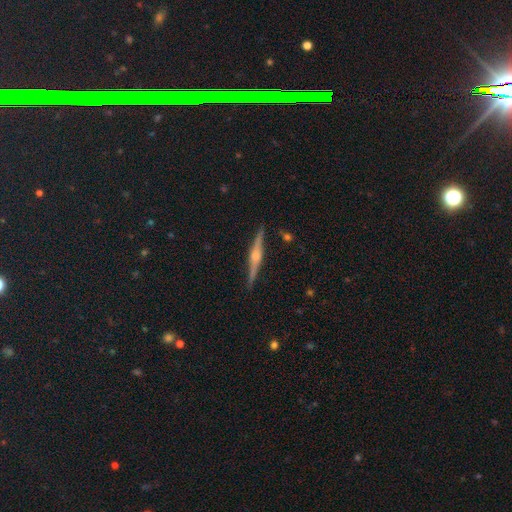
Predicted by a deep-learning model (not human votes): This is clearly a featured or disk galaxy (82%). It is clearly viewed edge-on (98%). Edge-on bulge: clearly rounded (84%). Merging: clearly none (89%).